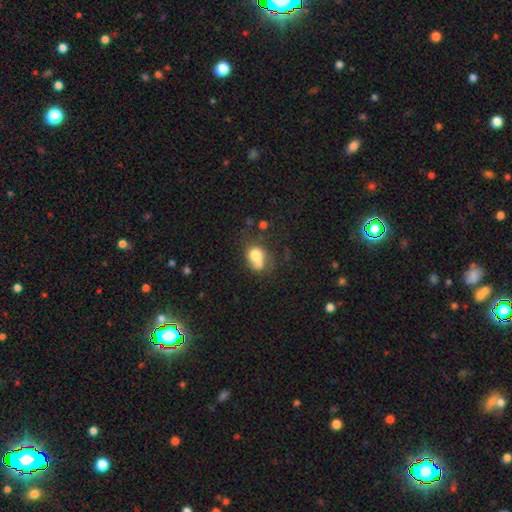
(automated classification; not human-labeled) The model was most divided on "how rounded": round: 51%, in between: 48%, cigar-shaped: 1%. Remaining: smooth or featured — smooth (70%); merging — merger (43%).